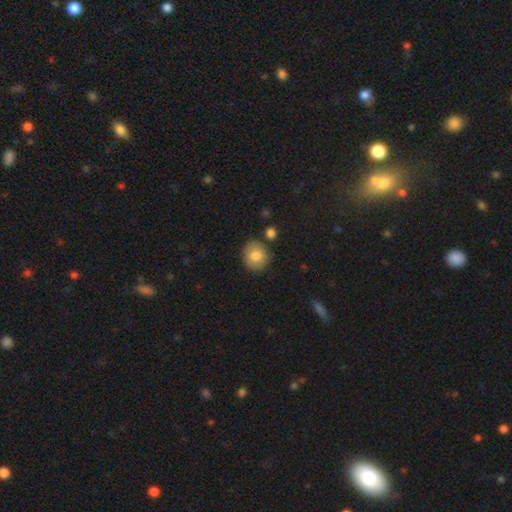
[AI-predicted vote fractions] Morphology: type=smooth (80%); roundness=round (84%); merging=none (82%).